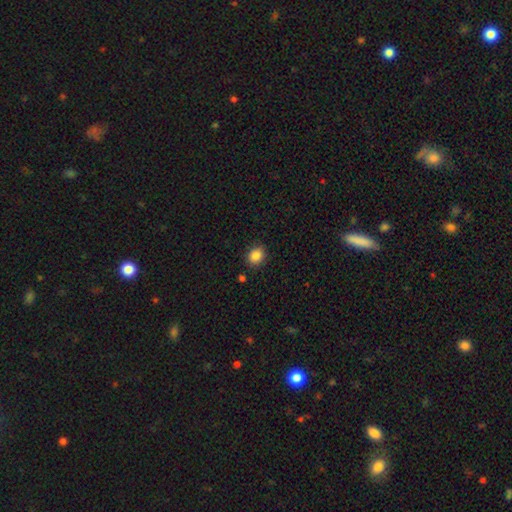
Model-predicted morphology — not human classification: smooth_or_featured: smooth (p=0.86) [alt: star or artifact p=0.10]
how_rounded: round (p=0.67) [alt: in between p=0.32]
merging: none (p=0.87) [alt: minor disturbance p=0.09]